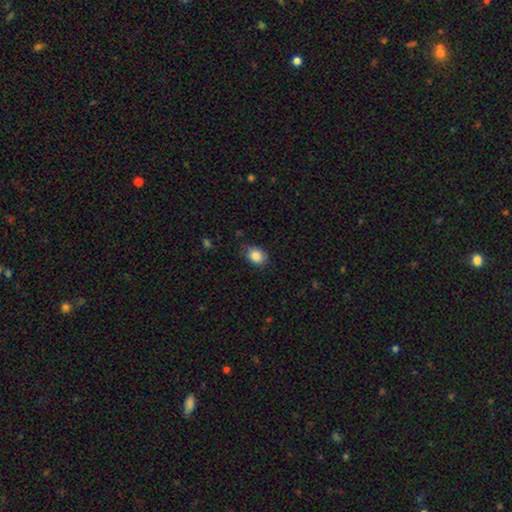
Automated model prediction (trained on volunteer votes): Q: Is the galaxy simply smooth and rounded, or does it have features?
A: smooth — 87%.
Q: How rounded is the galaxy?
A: in between — 67%.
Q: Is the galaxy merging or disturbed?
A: none — 77%.